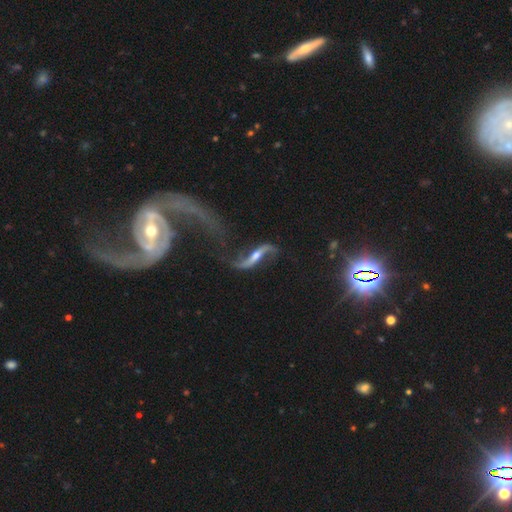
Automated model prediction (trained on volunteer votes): This appears to be a featured or disk galaxy (86%) with a strong bar (43%), 2 (91%) loose (85%) spiral arms (94%) and a small central bulge (46%). Merging: none (43%).